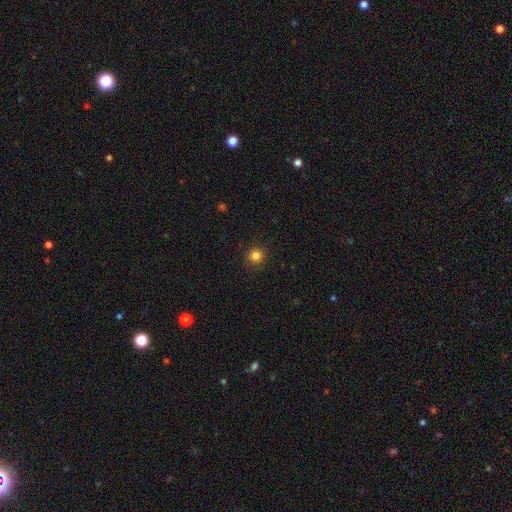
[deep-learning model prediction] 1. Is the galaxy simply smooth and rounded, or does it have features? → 83% smooth, 13% star or artifact, 4% featured or disk.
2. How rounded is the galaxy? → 94% round, 5% in between, 1% cigar-shaped.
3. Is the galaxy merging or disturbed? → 90% none, 7% minor disturbance, 2% major disturbance, 1% merger.